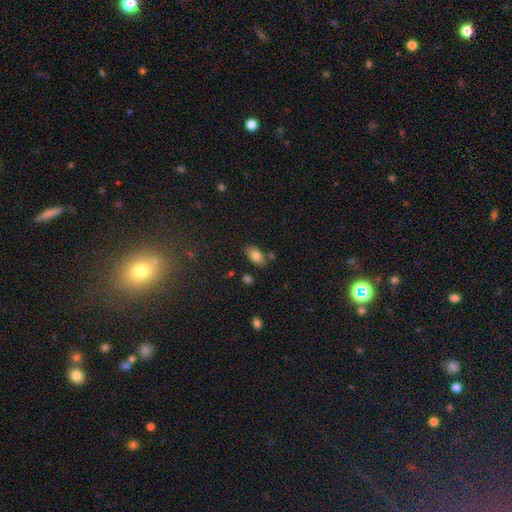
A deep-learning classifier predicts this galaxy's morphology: A smooth galaxy with no disk features (80%) that is in between round and cigar-shaped (91%). Merging: none (75%).